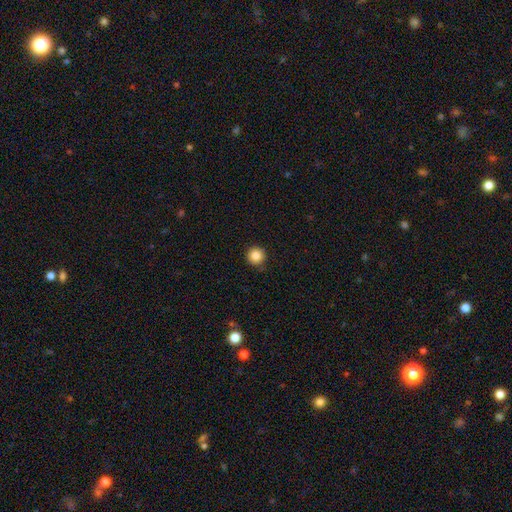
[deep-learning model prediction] Morphology: type=smooth (85%); roundness=round (96%); merging=none (90%).